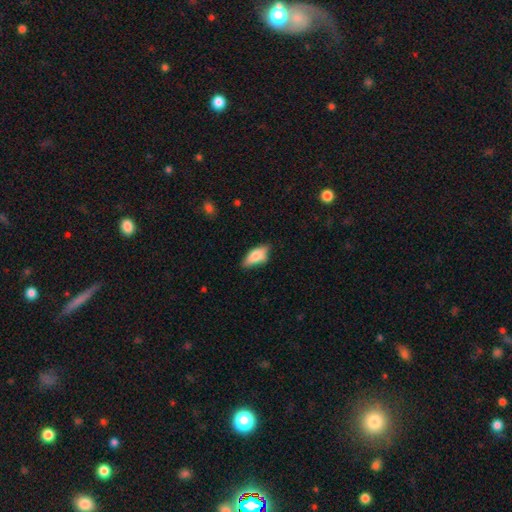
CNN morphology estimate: The model was most divided on "merging": none: 63%, minor disturbance: 27%, major disturbance: 6%, merger: 3%. More confident: how rounded — in between (81%); smooth or featured — smooth (71%).